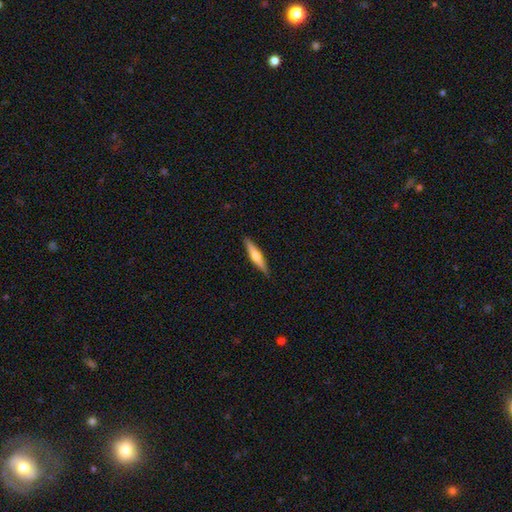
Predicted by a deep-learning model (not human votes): Overall: smooth (48%; featured or disk 47%). Merging: none (89%).